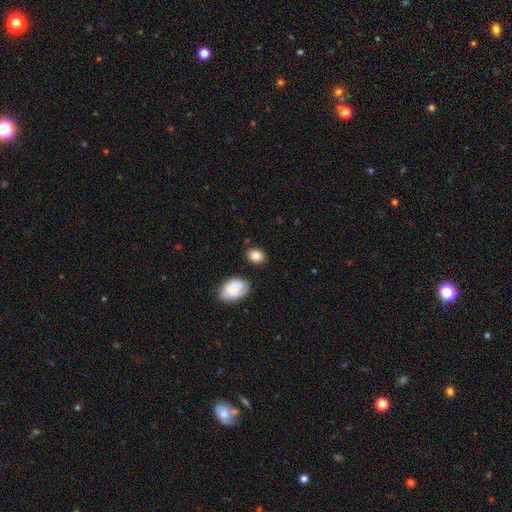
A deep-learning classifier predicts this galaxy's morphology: Overall: smooth (84%). How rounded: in between (64%; round 35%). Merging: none (81%).